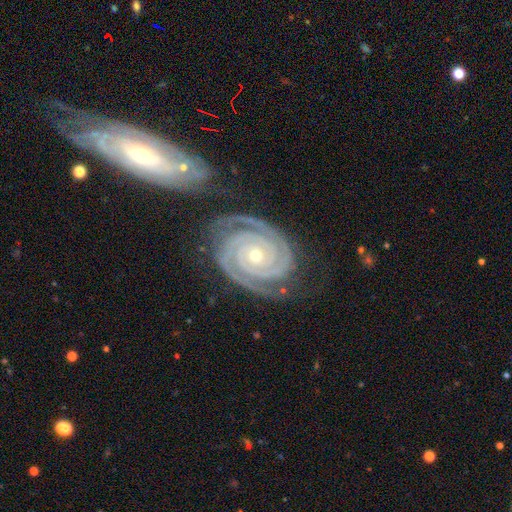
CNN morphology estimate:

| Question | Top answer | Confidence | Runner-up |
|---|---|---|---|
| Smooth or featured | featured or disk | 94% | star or artifact (4%) |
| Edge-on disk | no | 98% | yes (2%) |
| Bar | no | 78% | weak (12%) |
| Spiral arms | yes | 99% | no (1%) |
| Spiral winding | tight | 89% | medium (9%) |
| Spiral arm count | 2 | 80% | 3 (9%) |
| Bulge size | small | 66% | moderate (32%) |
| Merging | none | 80% | minor disturbance (13%) |